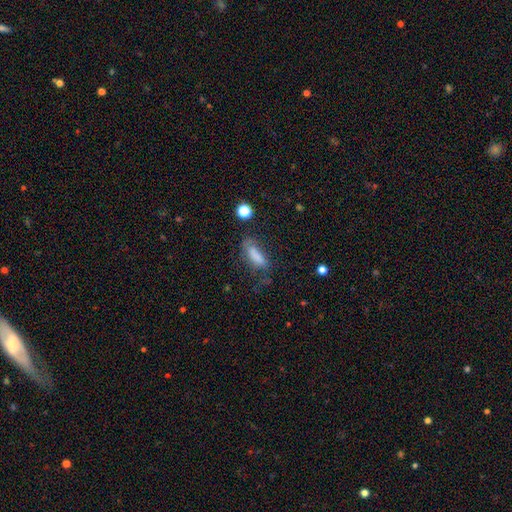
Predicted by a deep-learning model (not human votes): Smooth or featured? smooth (73%)
How rounded? in between (60%)
Merging? none (44%)